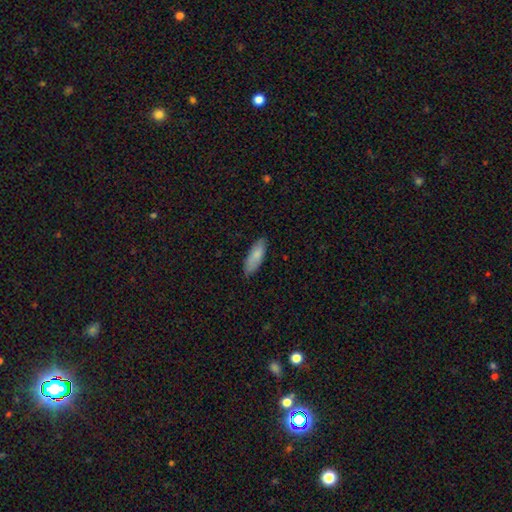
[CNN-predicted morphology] Smooth or featured?
  - smooth: 82% *
  - featured or disk: 13%
  - star or artifact: 6%
How rounded?
  - in between: 65% *
  - cigar-shaped: 33%
  - round: 2%
Merging?
  - none: 82% *
  - minor disturbance: 15%
  - major disturbance: 2%
  - merger: 1%